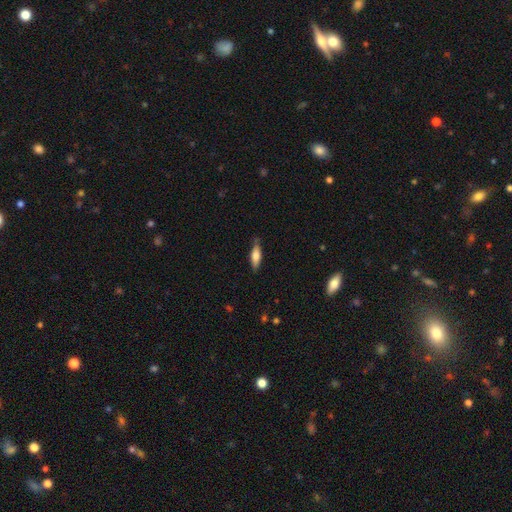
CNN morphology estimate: type=smooth (60%); roundness=cigar-shaped (51%); merging=none (80%).